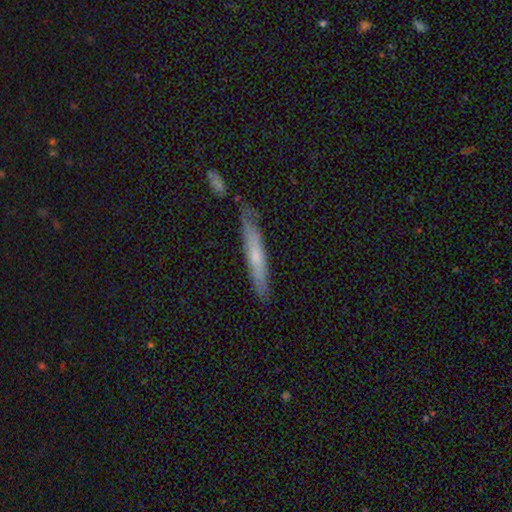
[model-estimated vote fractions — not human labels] Q: Smooth or featured?
A: smooth (52%); runner-up: featured or disk (42%)
Q: How rounded?
A: cigar-shaped (94%); runner-up: in between (5%)
Q: Merging?
A: none (77%); runner-up: minor disturbance (16%)